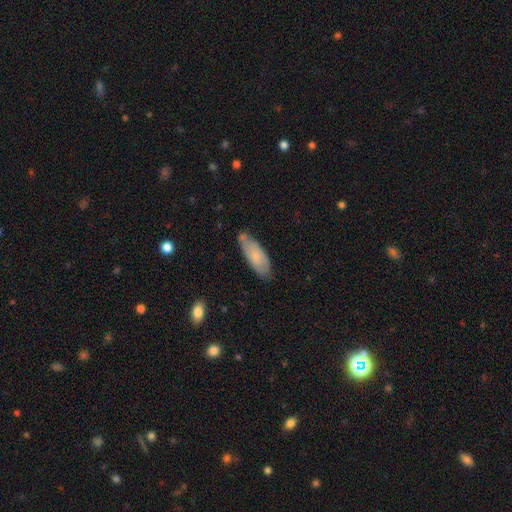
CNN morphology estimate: Smooth or featured?
  - smooth: 67% *
  - featured or disk: 27%
  - star or artifact: 6%
How rounded?
  - in between: 70% *
  - cigar-shaped: 28%
  - round: 2%
Merging?
  - none: 68% *
  - minor disturbance: 24%
  - merger: 5%
  - major disturbance: 4%